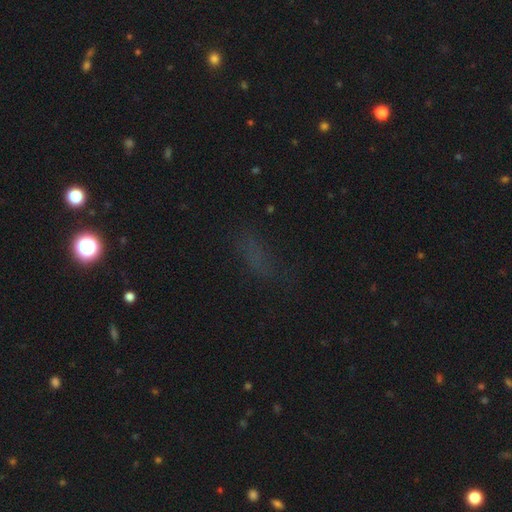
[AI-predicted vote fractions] A smooth galaxy with no disk features (46%). Merging: none (65%).